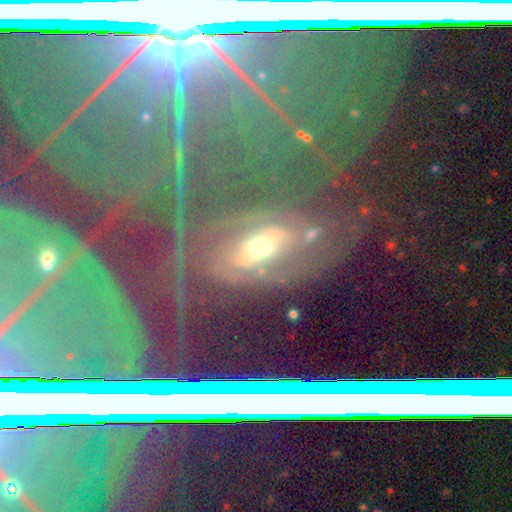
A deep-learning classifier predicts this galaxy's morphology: The model was most divided on "smooth or featured": star or artifact: 49%, featured or disk: 31%, smooth: 20%.